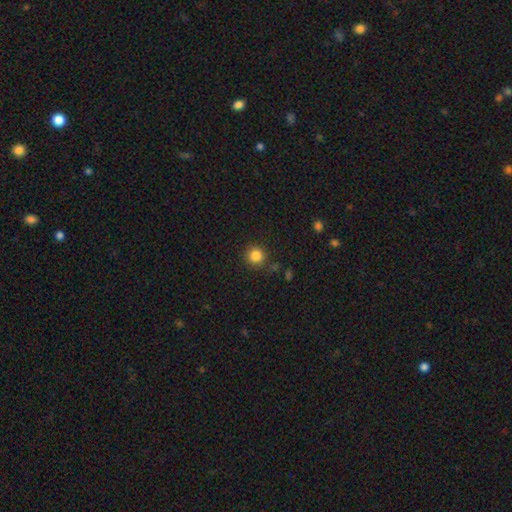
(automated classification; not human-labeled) smooth 84%, star or artifact 11%, featured or disk 4%. Down the decision tree: how rounded — round (93%); merging — none (86%).